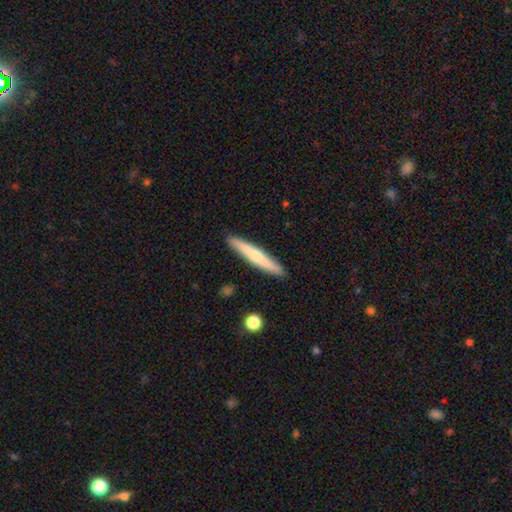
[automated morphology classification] smooth 51%, featured or disk 43%, star or artifact 6%. Down the decision tree: how rounded — cigar-shaped (94%); merging — none (90%).